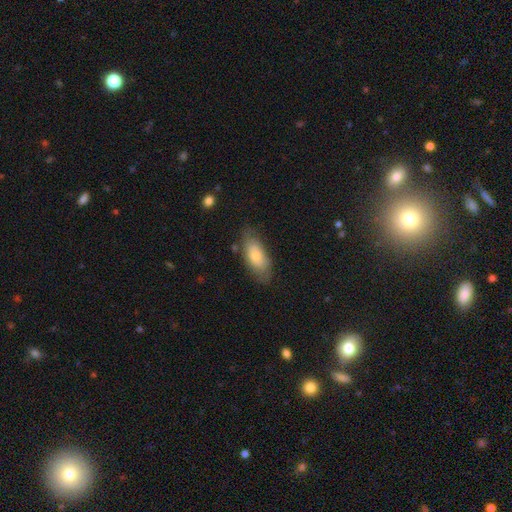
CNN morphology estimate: This is likely a smooth galaxy (64%). How rounded: clearly in between (87%). Merging: likely none (69%).